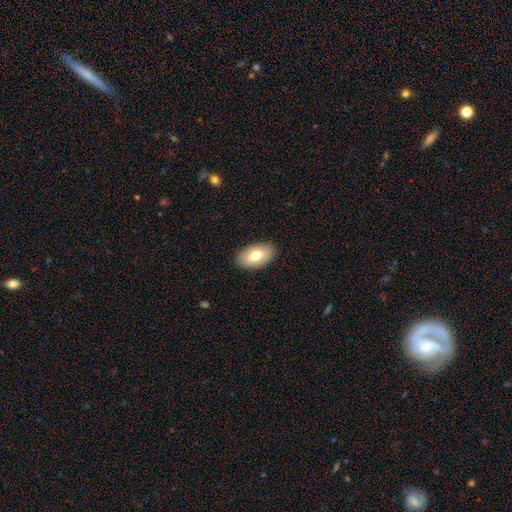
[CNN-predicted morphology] smooth 74%, featured or disk 19%, star or artifact 7%. Down the decision tree: how rounded — in between (94%); merging — none (88%).